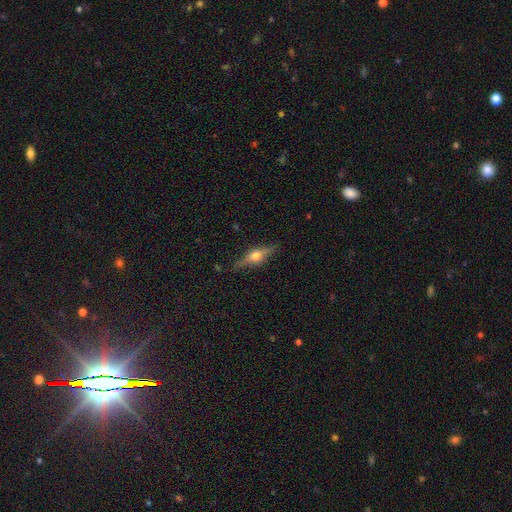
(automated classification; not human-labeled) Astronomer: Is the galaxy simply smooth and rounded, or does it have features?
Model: featured or disk — 66%.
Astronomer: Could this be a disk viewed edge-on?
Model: yes — 95%.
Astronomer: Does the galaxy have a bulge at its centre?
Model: rounded — 94%.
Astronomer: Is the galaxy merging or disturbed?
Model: none — 85%.